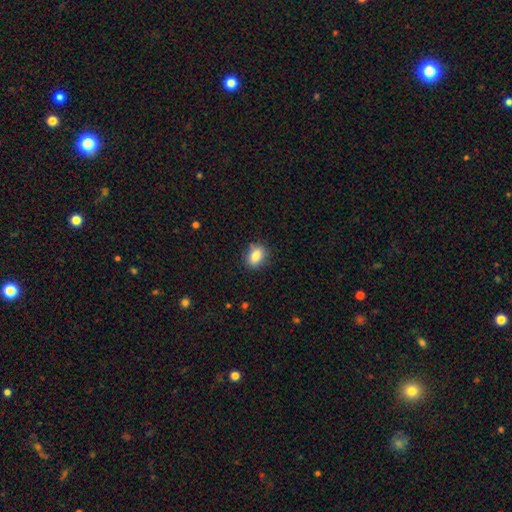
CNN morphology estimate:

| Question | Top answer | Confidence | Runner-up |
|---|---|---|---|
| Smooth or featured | smooth | 85% | star or artifact (8%) |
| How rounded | in between | 73% | round (25%) |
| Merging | none | 82% | minor disturbance (13%) |